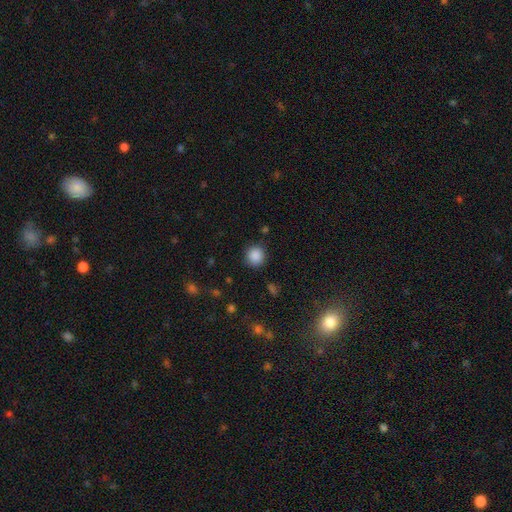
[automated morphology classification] Smooth or featured: smooth — 87% (star or artifact — 10%)
How rounded: round — 91% (in between — 8%)
Merging: none — 88% (minor disturbance — 7%)